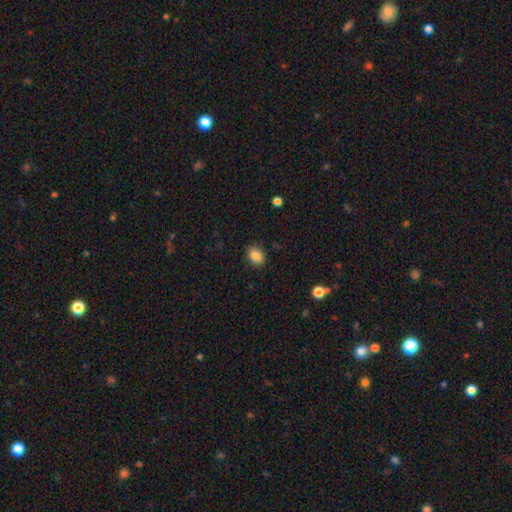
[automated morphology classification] smooth 87%, star or artifact 9%, featured or disk 4%. Down the decision tree: how rounded — in between (74%); merging — none (86%).